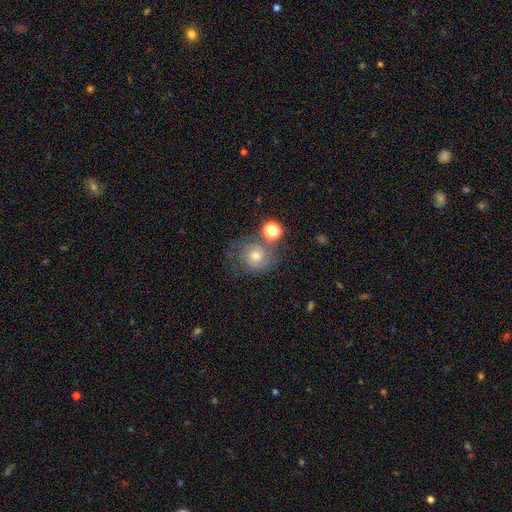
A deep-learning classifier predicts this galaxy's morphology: A featured or disk galaxy (62%) with no bar (73%), 2 (68%) tight (52%) spiral arms (90%) and a moderate central bulge (56%). Merging: none (63%).